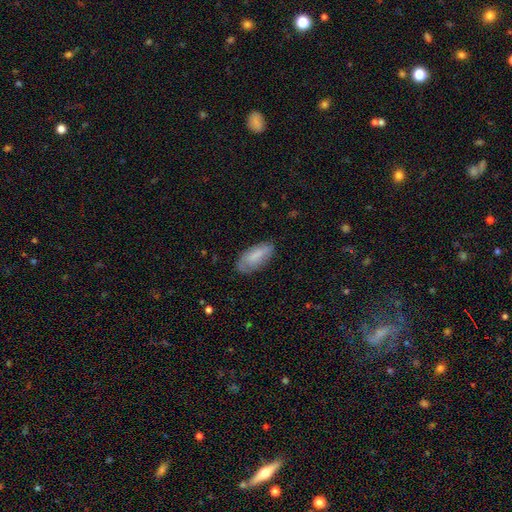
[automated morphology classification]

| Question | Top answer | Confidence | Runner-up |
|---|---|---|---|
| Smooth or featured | smooth | 76% | featured or disk (17%) |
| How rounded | in between | 85% | cigar-shaped (13%) |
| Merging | none | 71% | minor disturbance (22%) |